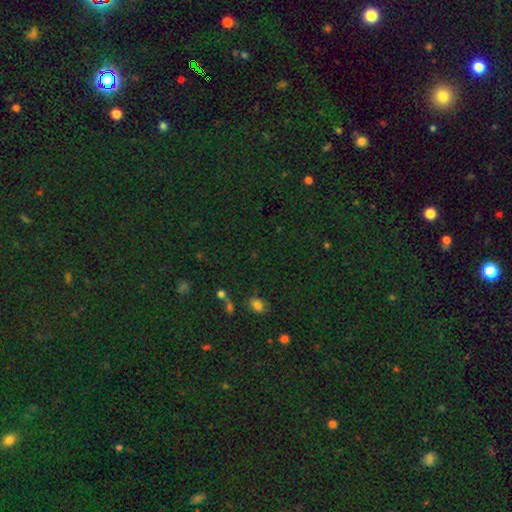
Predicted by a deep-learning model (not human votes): star or artifact 72%, smooth 20%, featured or disk 8%.